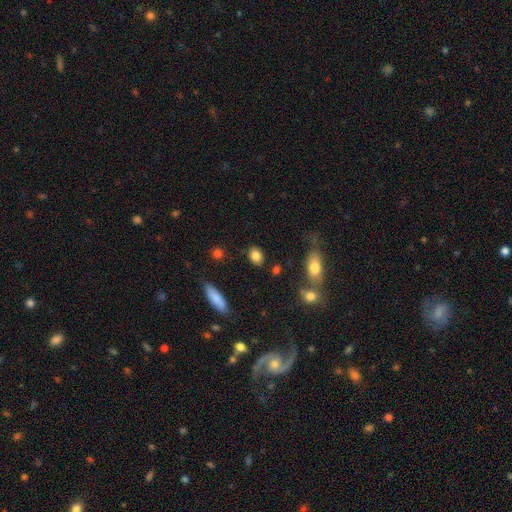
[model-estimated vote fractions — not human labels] Smooth or featured? Predicted: smooth (p=0.85). How rounded? Predicted: in between (p=0.57). Merging? Predicted: none (p=0.84).